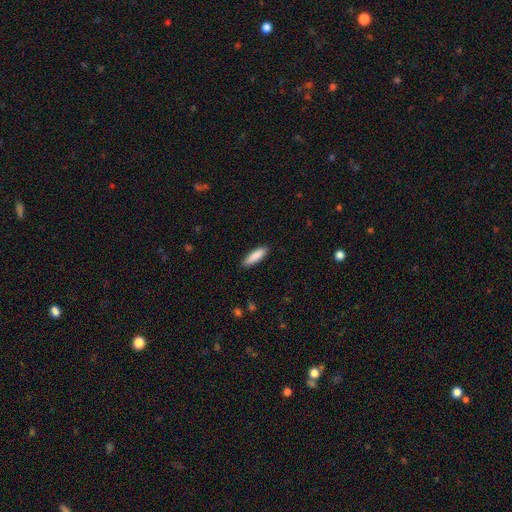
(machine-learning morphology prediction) Smooth or featured? Predicted: smooth (p=0.87). How rounded? Predicted: cigar-shaped (p=0.64). Merging? Predicted: none (p=0.89).